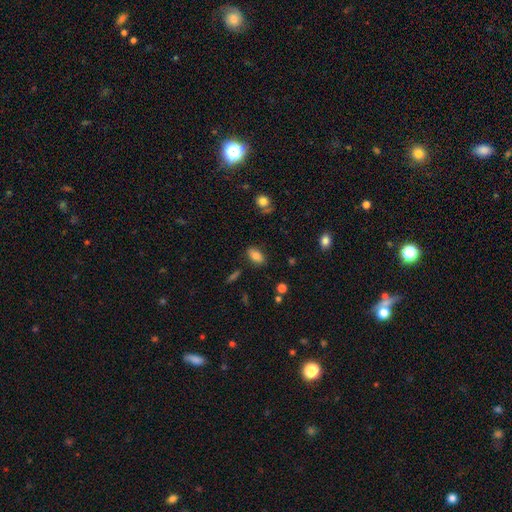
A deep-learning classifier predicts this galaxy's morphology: This is likely a smooth galaxy (80%). How rounded: clearly in between (88%). Merging: clearly none (81%).